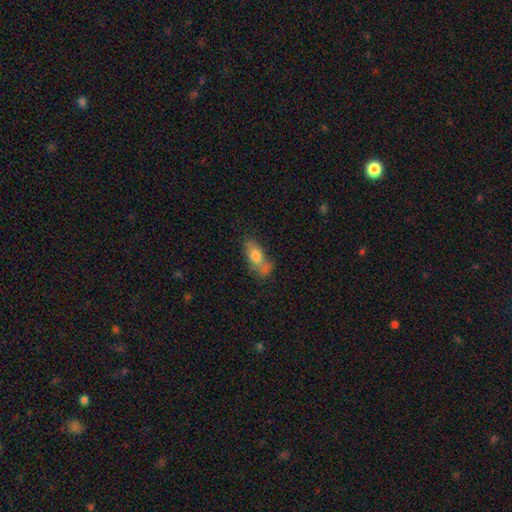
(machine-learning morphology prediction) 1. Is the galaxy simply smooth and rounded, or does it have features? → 72% smooth, 20% featured or disk, 8% star or artifact.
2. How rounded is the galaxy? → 81% in between, 14% cigar-shaped, 5% round.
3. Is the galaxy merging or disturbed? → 46% none, 26% minor disturbance, 16% merger, 12% major disturbance.